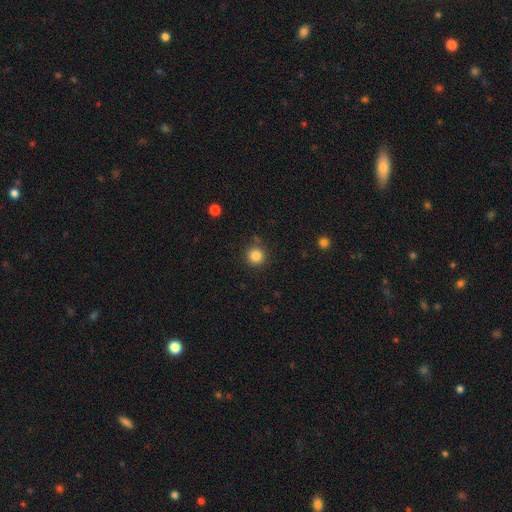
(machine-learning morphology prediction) smooth_or_featured: smooth (p=0.84) [alt: star or artifact p=0.12]
how_rounded: round (p=0.94) [alt: in between p=0.05]
merging: none (p=0.85) [alt: minor disturbance p=0.09]